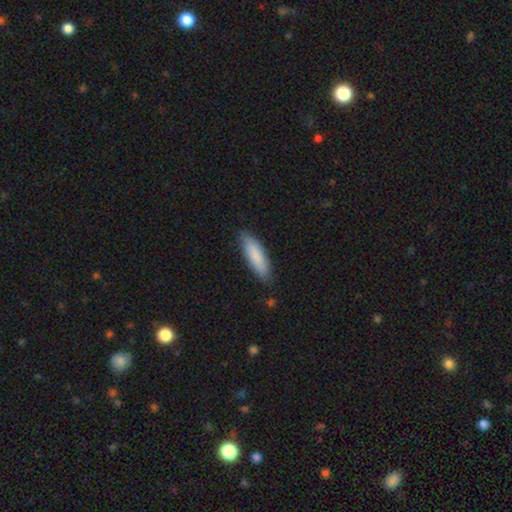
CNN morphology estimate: smooth-or-featured: smooth: 84% | featured or disk: 11% | star or artifact: 5%
  how-rounded: cigar-shaped: 57% | in between: 42% | round: 1%
  merging: none: 83% | minor disturbance: 14% | major disturbance: 2% | merger: 1%